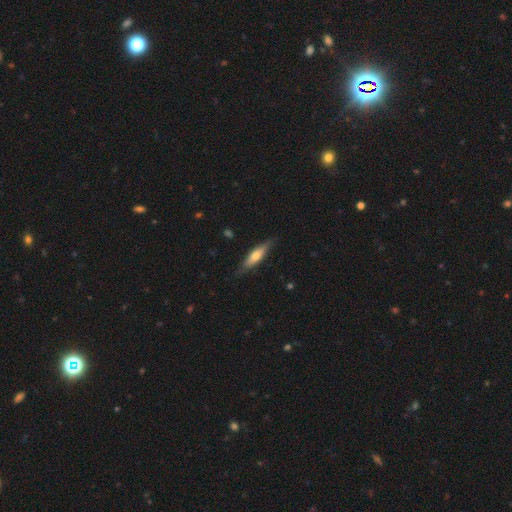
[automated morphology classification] A smooth galaxy with no disk features (51%) that is cigar-shaped (69%). Merging: none (81%).